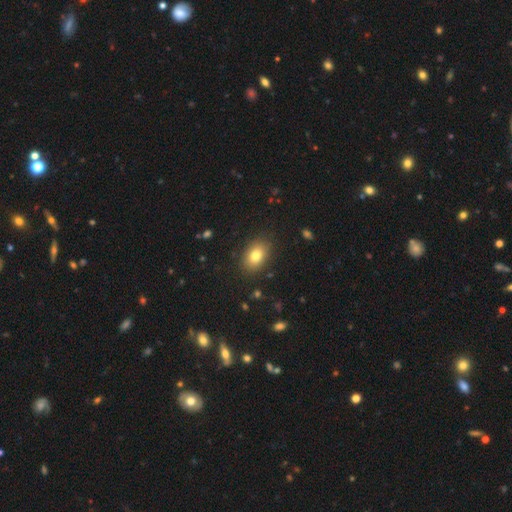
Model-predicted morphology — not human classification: smooth-or-featured: smooth: 80% | featured or disk: 10% | star or artifact: 9%
  how-rounded: in between: 80% | round: 19% | cigar-shaped: 1%
  merging: none: 87% | minor disturbance: 9% | major disturbance: 3% | merger: 1%